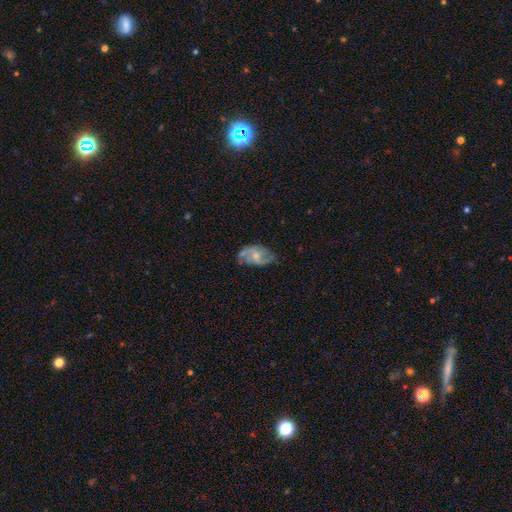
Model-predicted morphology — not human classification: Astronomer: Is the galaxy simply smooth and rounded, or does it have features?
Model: featured or disk — 68%.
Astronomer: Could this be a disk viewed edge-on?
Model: no — 96%.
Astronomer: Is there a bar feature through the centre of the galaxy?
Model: no — 61%.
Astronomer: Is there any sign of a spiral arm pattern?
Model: yes — 82%.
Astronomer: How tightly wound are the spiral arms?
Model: medium — 44% (runner-up: loose, 36%).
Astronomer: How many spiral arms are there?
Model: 2 — 60%.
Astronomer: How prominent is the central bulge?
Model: small — 50% (runner-up: moderate, 42%).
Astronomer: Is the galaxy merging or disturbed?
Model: none — 55%.